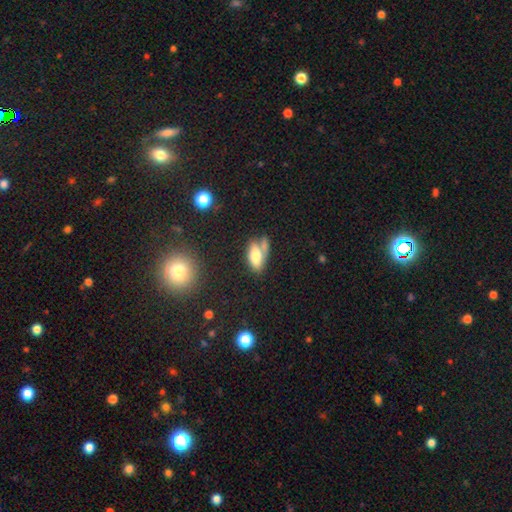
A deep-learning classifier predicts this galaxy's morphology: This is likely a smooth galaxy (73%). How rounded: clearly in between (85%). Merging: marginally none (42%).